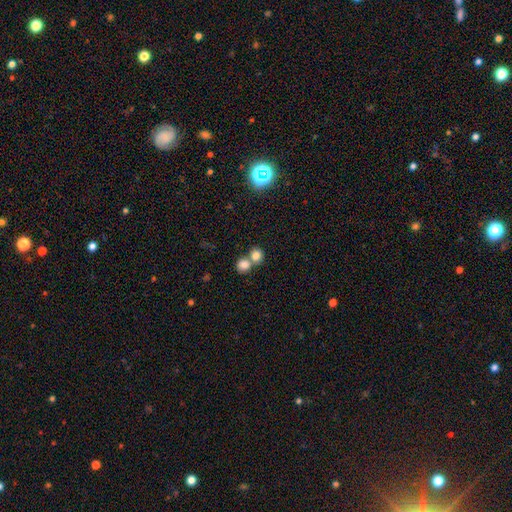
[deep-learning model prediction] Smooth or featured? Predicted: smooth (p=0.80). How rounded? Predicted: round (p=0.82). Merging? Predicted: merger (p=0.50).